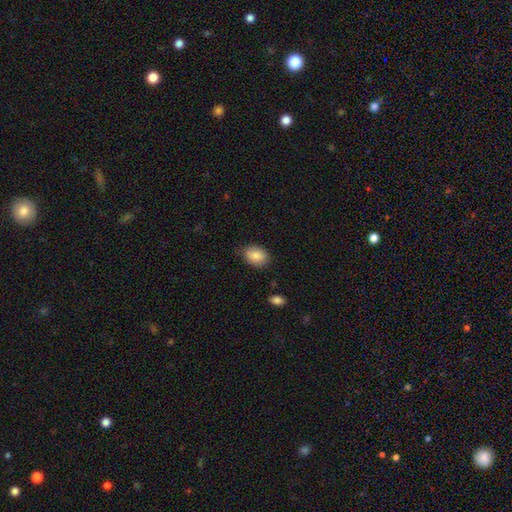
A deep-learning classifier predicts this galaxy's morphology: Smooth or featured? Predicted: smooth (p=0.86). How rounded? Predicted: in between (p=0.81). Merging? Predicted: none (p=0.77).